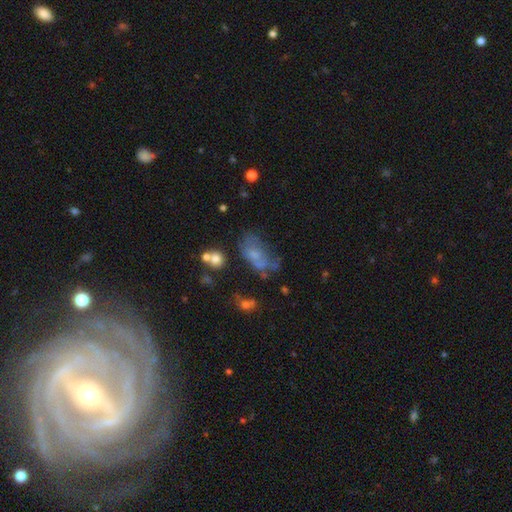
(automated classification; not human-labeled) This appears to be a smooth galaxy with no disk features (48%). Merging: none (32%).